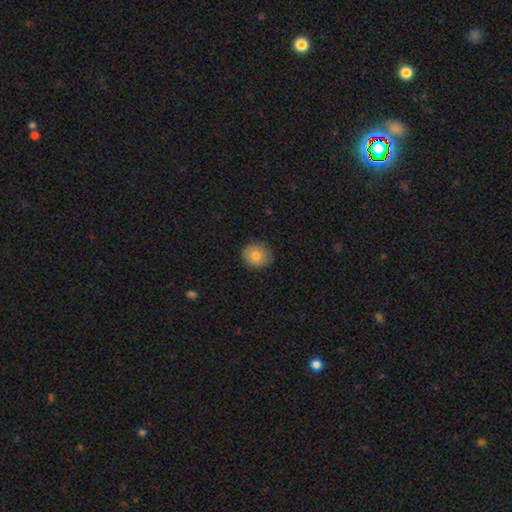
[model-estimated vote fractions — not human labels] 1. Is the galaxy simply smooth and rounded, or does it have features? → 78% smooth, 13% featured or disk, 9% star or artifact.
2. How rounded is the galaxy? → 83% round, 16% in between, 1% cigar-shaped.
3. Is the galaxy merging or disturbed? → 86% none, 11% minor disturbance, 2% major disturbance, 1% merger.